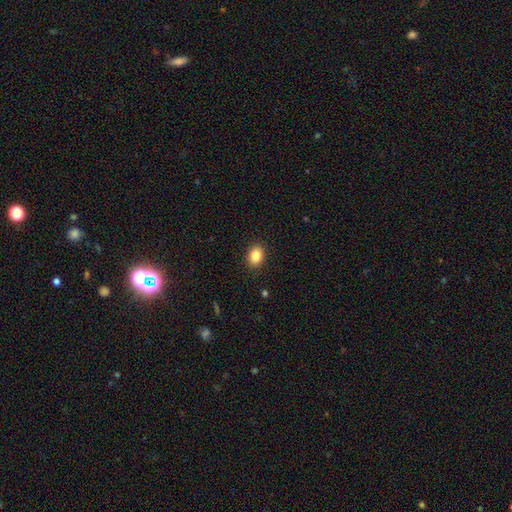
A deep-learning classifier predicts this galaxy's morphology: This is clearly a smooth galaxy (86%). How rounded: likely in between (68%). Merging: clearly none (89%).